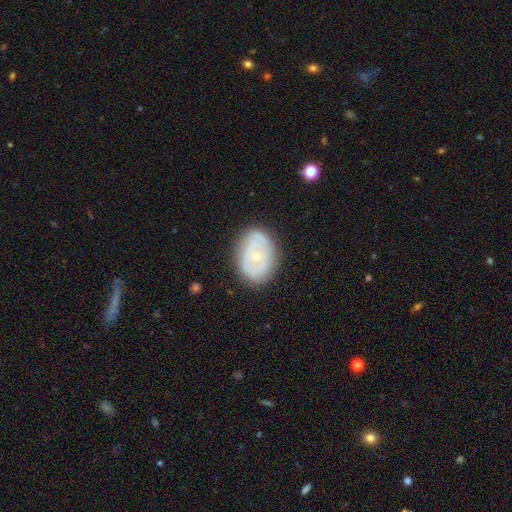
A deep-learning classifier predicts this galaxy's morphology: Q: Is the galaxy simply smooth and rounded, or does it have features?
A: featured or disk — 50%.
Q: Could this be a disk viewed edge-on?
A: no — 95%.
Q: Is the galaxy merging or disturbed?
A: none — 79%.